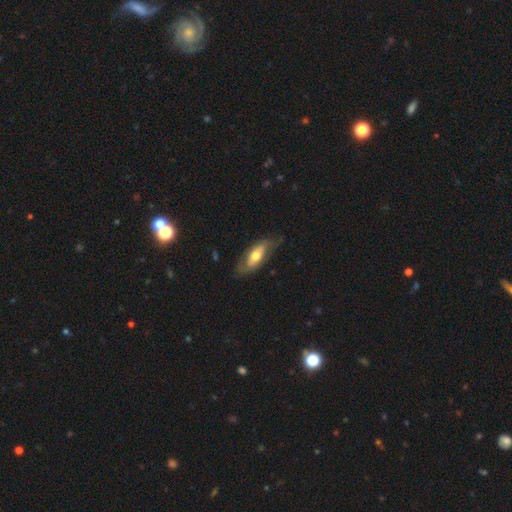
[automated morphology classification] The model was most divided on "smooth or featured": smooth: 48%, featured or disk: 46%, star or artifact: 5%. More confident: merging — none (70%).